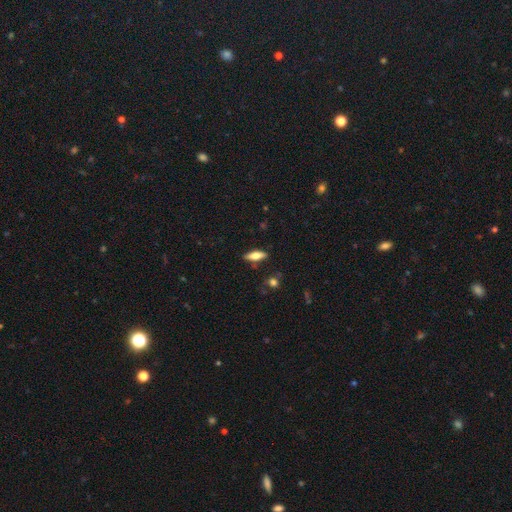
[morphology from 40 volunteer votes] This appears to be a smooth galaxy with no disk features (68%) that is in between round and cigar-shaped (67%). Merging: none (97%).